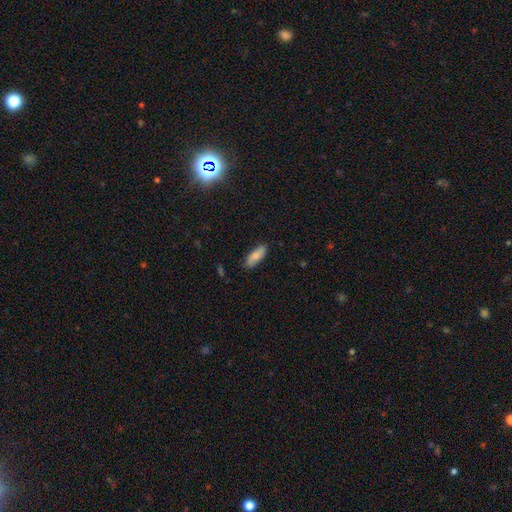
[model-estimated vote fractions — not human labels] The model was most divided on "how rounded": in between: 76%, cigar-shaped: 22%, round: 2%. More confident: merging — none (84%); smooth or featured — smooth (77%).